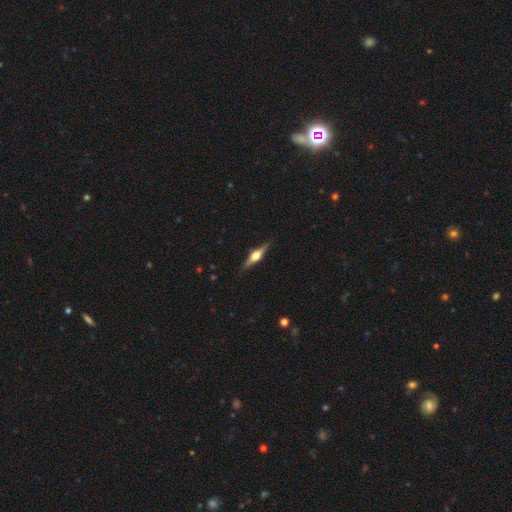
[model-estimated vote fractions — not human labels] The model was most divided on "smooth or featured": featured or disk: 76%, smooth: 18%, star or artifact: 6%. More confident: edge-on disk — yes (98%); edge-on bulge — rounded (94%); merging — none (89%).